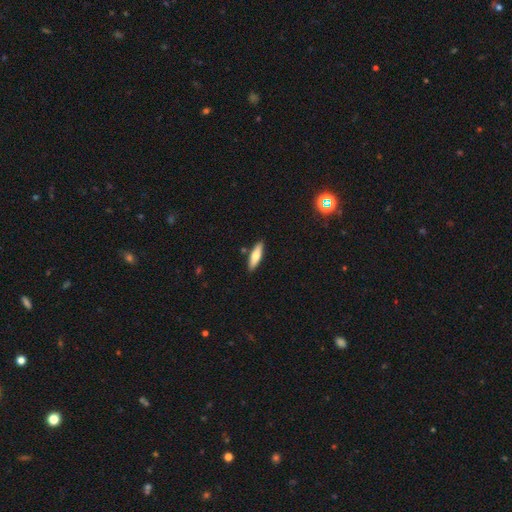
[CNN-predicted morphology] A smooth galaxy with no disk features (68%) that is cigar-shaped (62%). Merging: none (86%).